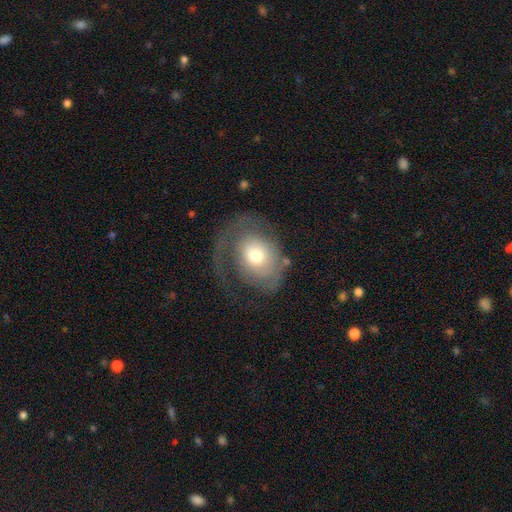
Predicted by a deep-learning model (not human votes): Smooth or featured? Predicted: featured or disk (p=0.50). Merging? Predicted: major disturbance (p=0.40).